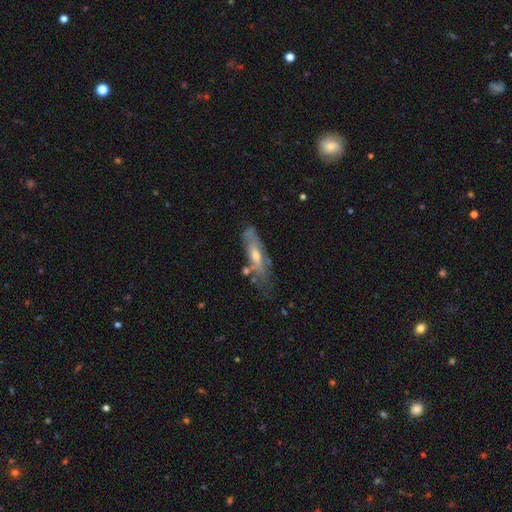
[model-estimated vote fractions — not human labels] This is possibly a featured or disk galaxy (59%). It is possibly not viewed edge-on (59%). Merging: possibly none (52%).